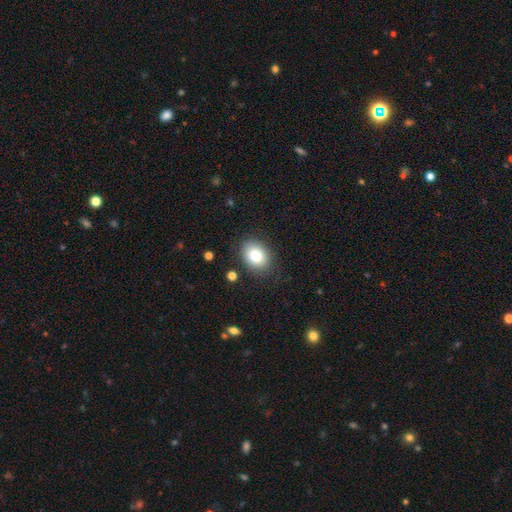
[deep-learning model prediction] Overall: smooth (82%). How rounded: in between (64%; round 35%). Merging: none (84%).